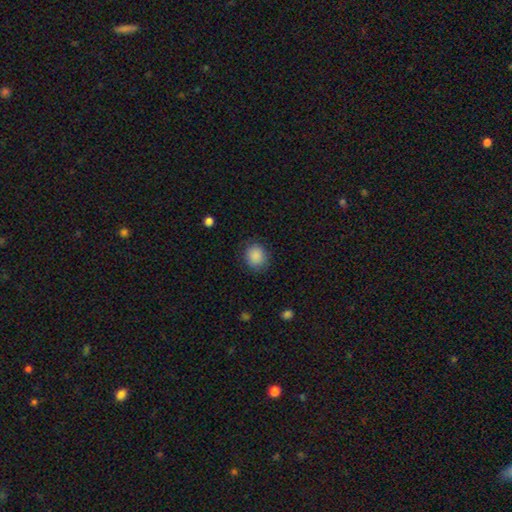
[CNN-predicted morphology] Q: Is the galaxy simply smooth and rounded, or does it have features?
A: smooth — 88%.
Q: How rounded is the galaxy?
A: round — 73%.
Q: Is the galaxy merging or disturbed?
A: none — 84%.